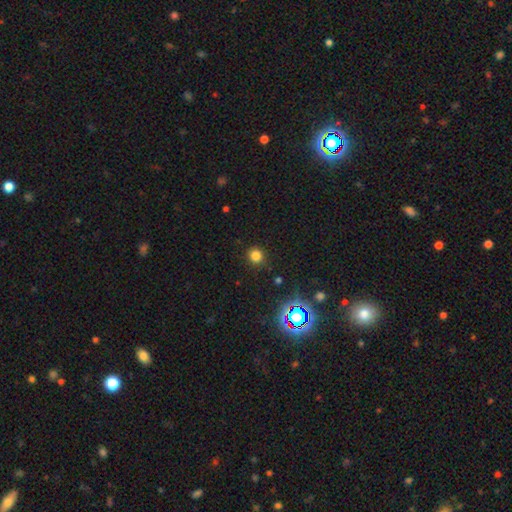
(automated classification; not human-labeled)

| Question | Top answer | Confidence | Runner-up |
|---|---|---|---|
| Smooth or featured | smooth | 78% | star or artifact (18%) |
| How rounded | round | 92% | in between (7%) |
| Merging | none | 90% | minor disturbance (6%) |